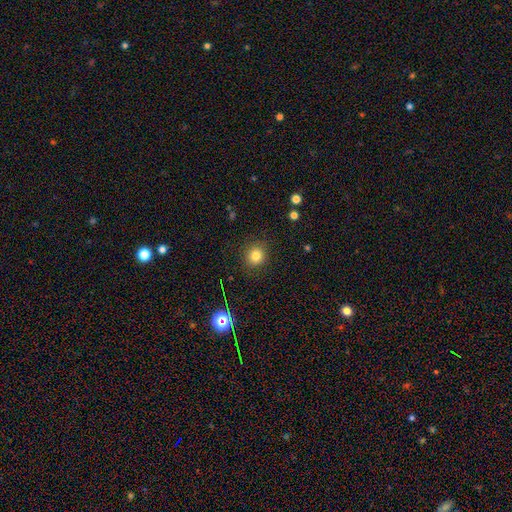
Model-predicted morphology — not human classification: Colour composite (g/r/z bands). It shows a smooth galaxy with no disk features (79%) that is round (88%). Merging: none (89%).